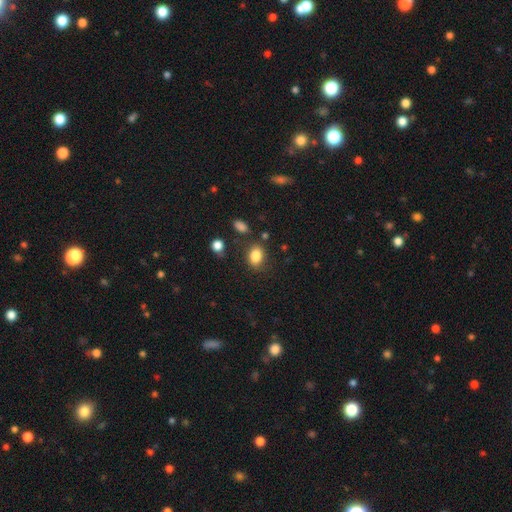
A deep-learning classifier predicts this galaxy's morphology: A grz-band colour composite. It shows a smooth galaxy with no disk features (84%) that is in between round and cigar-shaped (72%). Merging: none (76%).